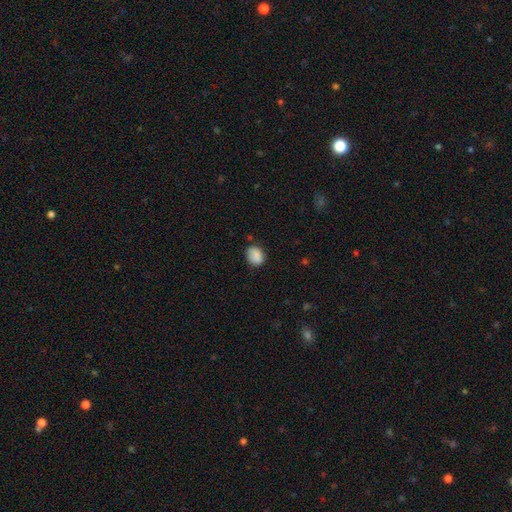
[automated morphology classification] Smooth or featured: smooth — 85% (star or artifact — 8%)
How rounded: in between — 53% (round — 46%)
Merging: none — 76% (minor disturbance — 18%)